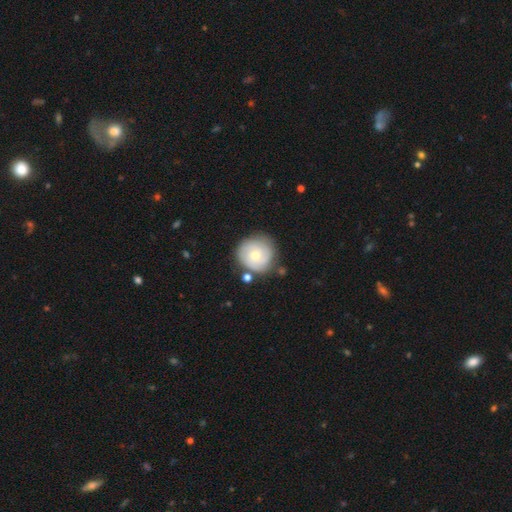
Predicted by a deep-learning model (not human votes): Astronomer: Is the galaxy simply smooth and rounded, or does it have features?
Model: featured or disk — 50% (runner-up: smooth, 44%).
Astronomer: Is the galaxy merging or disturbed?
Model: none — 74%.